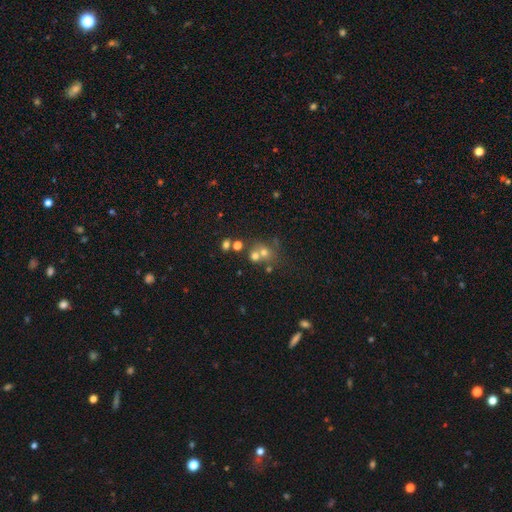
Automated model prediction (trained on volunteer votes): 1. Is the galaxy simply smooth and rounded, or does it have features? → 61% smooth, 22% star or artifact, 17% featured or disk.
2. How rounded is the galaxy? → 79% round, 20% in between, 1% cigar-shaped.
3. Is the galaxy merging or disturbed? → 44% none (tied), 44% merger (tied), 8% minor disturbance, 5% major disturbance.